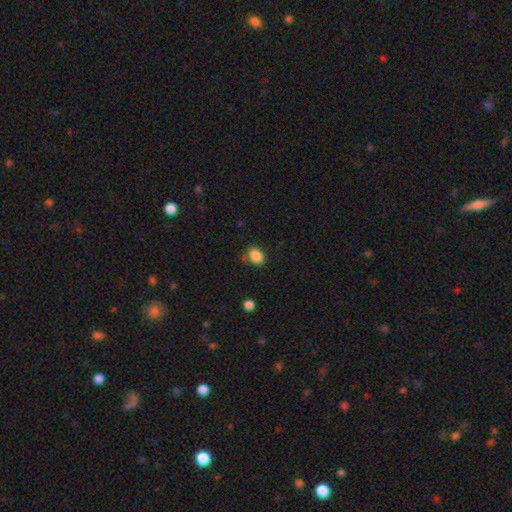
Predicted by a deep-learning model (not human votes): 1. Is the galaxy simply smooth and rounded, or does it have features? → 87% smooth, 9% star or artifact, 4% featured or disk.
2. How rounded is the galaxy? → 65% in between, 34% round, 1% cigar-shaped.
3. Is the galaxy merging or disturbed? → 74% none, 17% minor disturbance, 5% merger, 4% major disturbance.